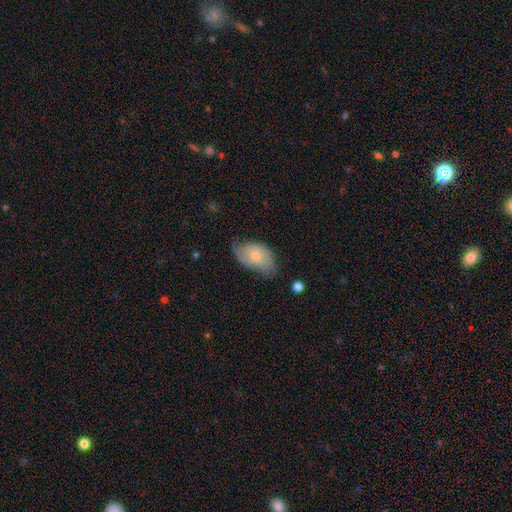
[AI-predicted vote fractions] smooth 51%, featured or disk 43%, star or artifact 7%. Down the decision tree: how rounded — in between (90%); merging — none (56%).